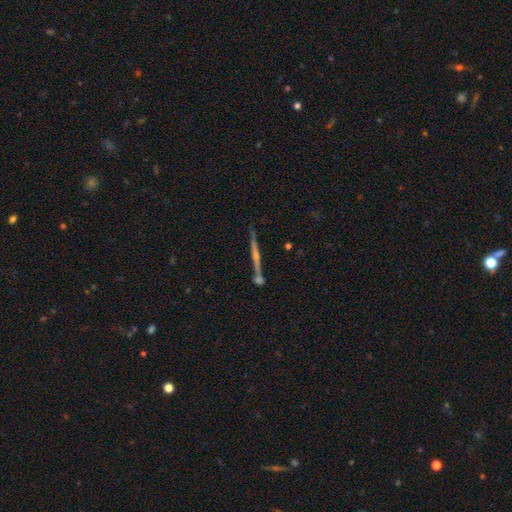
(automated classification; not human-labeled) A featured or disk galaxy (57%) viewed edge-on (89%) with a rounded central bulge (49%).

Vote fractions:
- Smooth or featured? featured or disk: 57% / smooth: 25% / star or artifact: 18%
- Edge-on disk? yes: 89% / no: 11%
- Edge-on bulge? rounded: 49% / none: 39% / boxy: 12%
- Merging? none: 77% / minor disturbance: 10% / merger: 8% / major disturbance: 5%